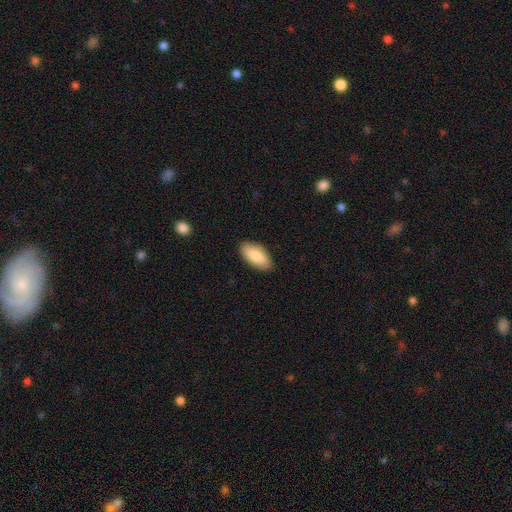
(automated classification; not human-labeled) A smooth galaxy with no disk features (86%) that is in between round and cigar-shaped (92%).

Vote fractions:
- Smooth or featured? smooth: 86% / featured or disk: 8% / star or artifact: 6%
- How rounded? in between: 92% / cigar-shaped: 6% / round: 2%
- Merging? none: 88% / minor disturbance: 9% / major disturbance: 2% / merger: 1%